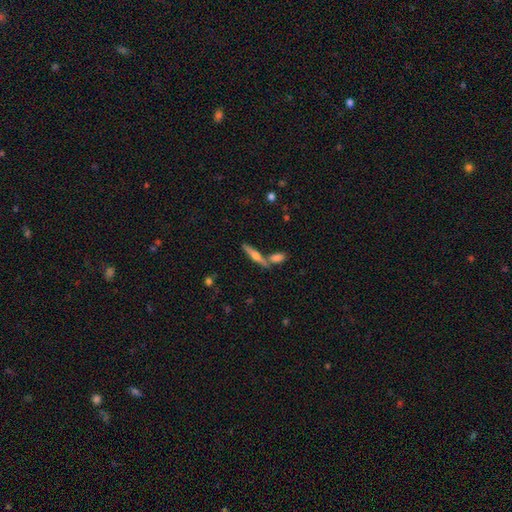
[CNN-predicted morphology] A featured or disk galaxy (54%) viewed edge-on (94%) with a rounded central bulge (85%).

Vote fractions:
- Smooth or featured? featured or disk: 54% / smooth: 39% / star or artifact: 8%
- Edge-on disk? yes: 94% / no: 6%
- Edge-on bulge? rounded: 85% / none: 8% / boxy: 8%
- Merging? none: 65% / merger: 23% / minor disturbance: 9% / major disturbance: 3%